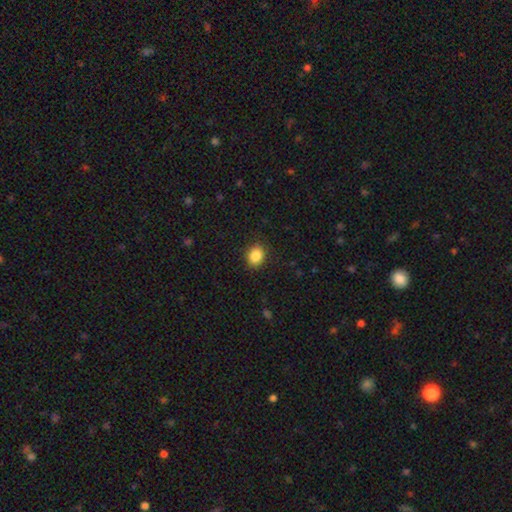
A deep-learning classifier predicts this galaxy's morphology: Smooth or featured?
  - smooth: 86% *
  - star or artifact: 9%
  - featured or disk: 4%
How rounded?
  - round: 58% *
  - in between: 41%
  - cigar-shaped: 1%
Merging?
  - none: 88% *
  - minor disturbance: 9%
  - major disturbance: 2%
  - merger: 1%